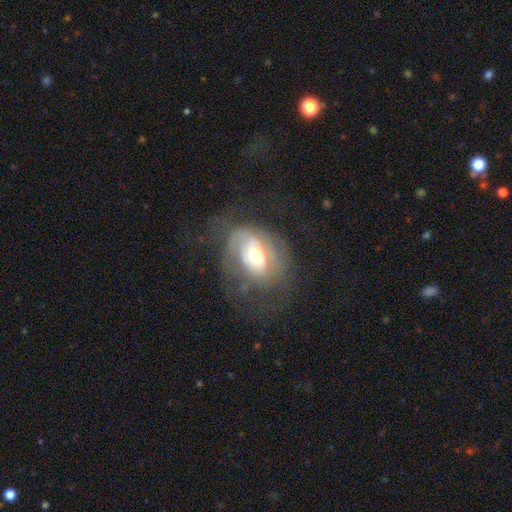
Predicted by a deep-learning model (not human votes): The model was most divided on "spiral arms": yes: 54%, no: 46%. Remaining: edge-on disk — no (94%); bulge size — moderate (66%); smooth or featured — featured or disk (55%); bar — no (54%); merging — none (46%).